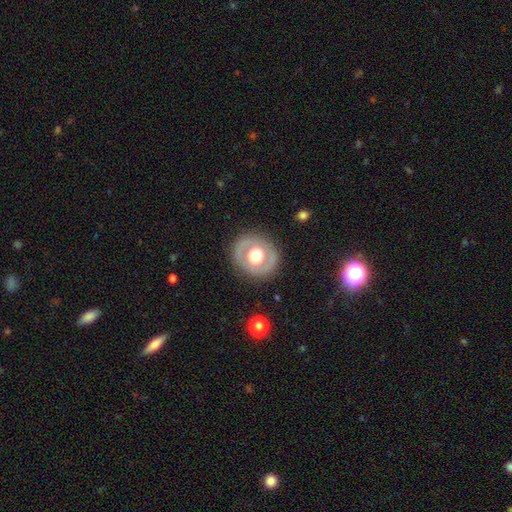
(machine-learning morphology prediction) Smooth or featured: featured or disk — 51% (smooth — 43%)
Edge-on disk: no — 95% (yes — 5%)
Merging: none — 84% (minor disturbance — 10%)